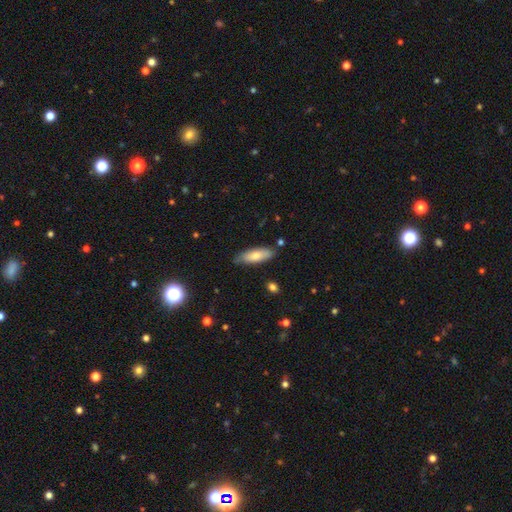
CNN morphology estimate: smooth-or-featured: smooth: 72% | featured or disk: 22% | star or artifact: 6%
  how-rounded: in between: 60% | cigar-shaped: 38% | round: 2%
  merging: none: 79% | minor disturbance: 17% | major disturbance: 3% | merger: 2%